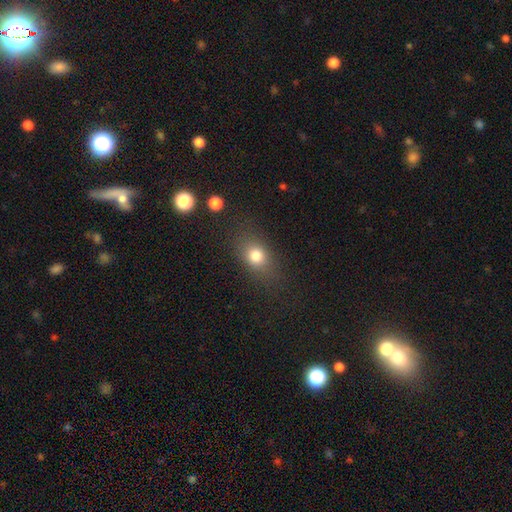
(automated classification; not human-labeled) Smooth or featured? smooth (78%)
How rounded? in between (58%)
Merging? none (76%)